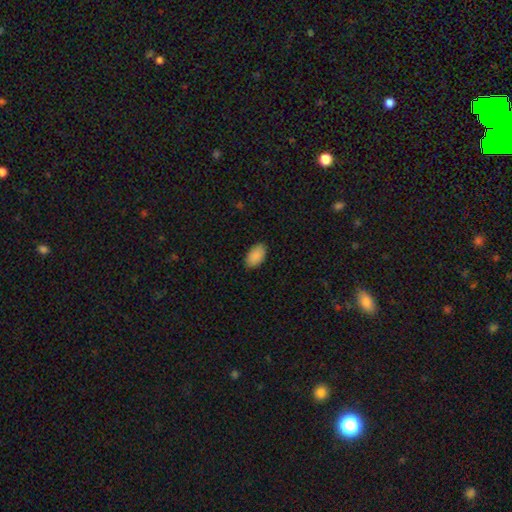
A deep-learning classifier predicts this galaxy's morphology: Smooth or featured? smooth (91%)
How rounded? in between (95%)
Merging? none (88%)